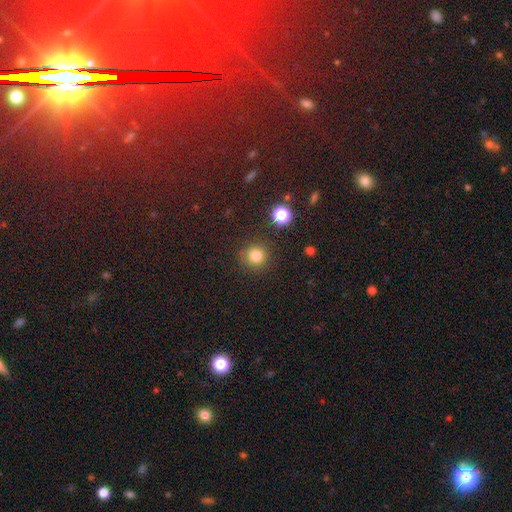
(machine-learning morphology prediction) This is likely a smooth galaxy (80%). How rounded: clearly round (93%). Merging: clearly none (87%).